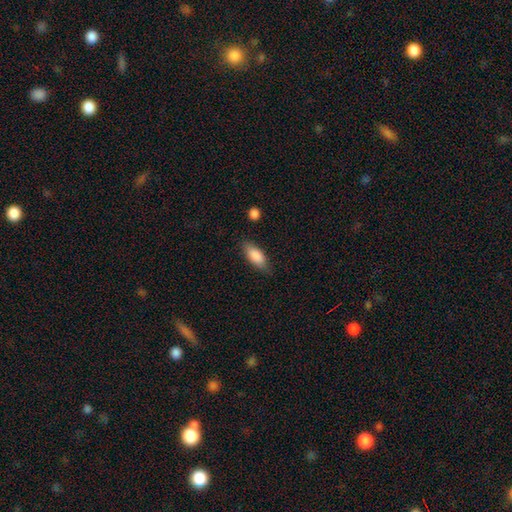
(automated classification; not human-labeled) smooth-or-featured: smooth: 86% | featured or disk: 8% | star or artifact: 6%
  how-rounded: in between: 80% | cigar-shaped: 17% | round: 2%
  merging: none: 79% | minor disturbance: 15% | major disturbance: 4% | merger: 2%